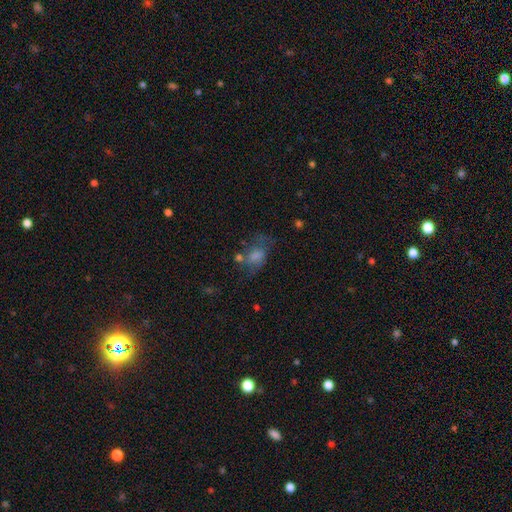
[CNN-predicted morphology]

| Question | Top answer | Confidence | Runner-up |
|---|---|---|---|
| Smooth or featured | smooth | 64% | featured or disk (24%) |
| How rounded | in between | 74% | round (24%) |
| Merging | none | 35% | major disturbance (28%) |